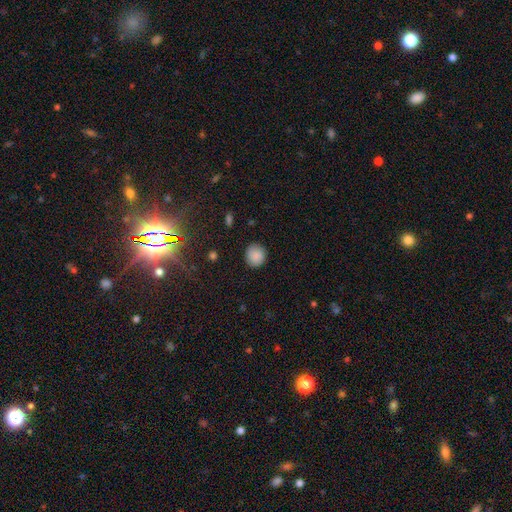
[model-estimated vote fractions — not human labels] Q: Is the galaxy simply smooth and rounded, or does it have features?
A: smooth — 88%.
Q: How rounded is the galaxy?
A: round — 88%.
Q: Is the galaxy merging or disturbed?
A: none — 89%.